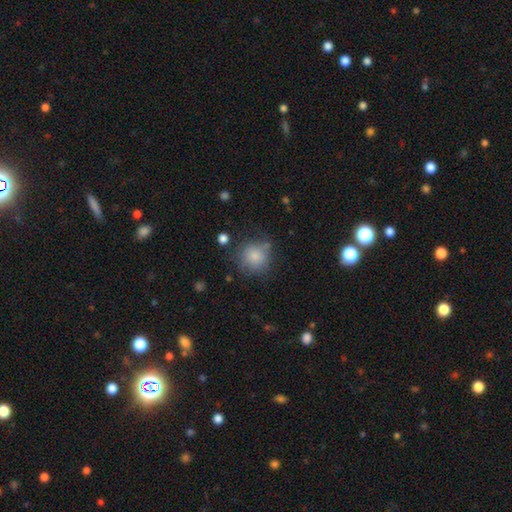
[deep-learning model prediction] smooth_or_featured: smooth (p=0.81) [alt: star or artifact p=0.10]
how_rounded: round (p=0.89) [alt: in between p=0.10]
merging: none (p=0.68) [alt: minor disturbance p=0.21]